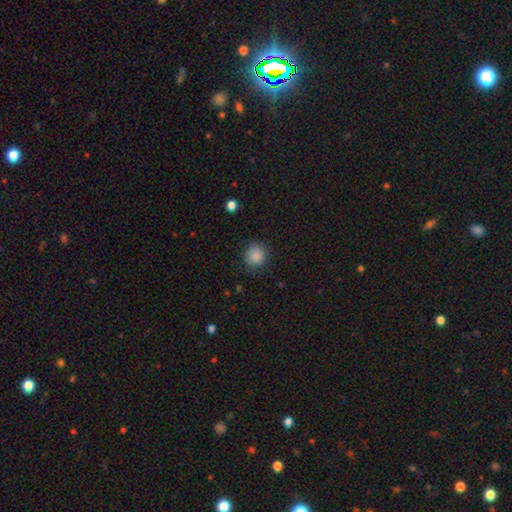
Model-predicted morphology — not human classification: A smooth galaxy with no disk features (86%) that is round (86%).

Vote fractions:
- Smooth or featured? smooth: 86% / star or artifact: 10% / featured or disk: 4%
- How rounded? round: 86% / in between: 13% / cigar-shaped: 1%
- Merging? none: 82% / minor disturbance: 14% / major disturbance: 4% / merger: 1%